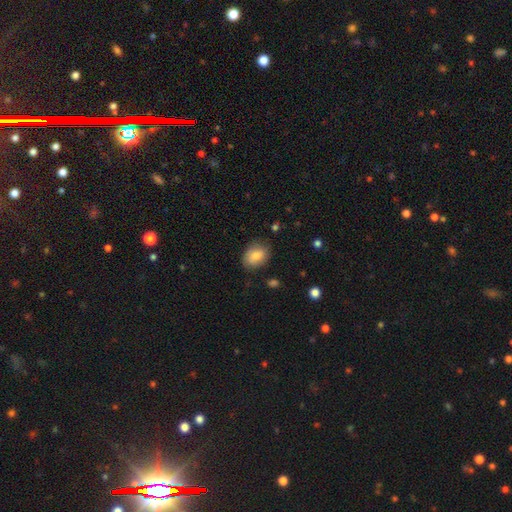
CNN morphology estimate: smooth 80%, featured or disk 12%, star or artifact 8%. Down the decision tree: how rounded — in between (71%); merging — none (79%).